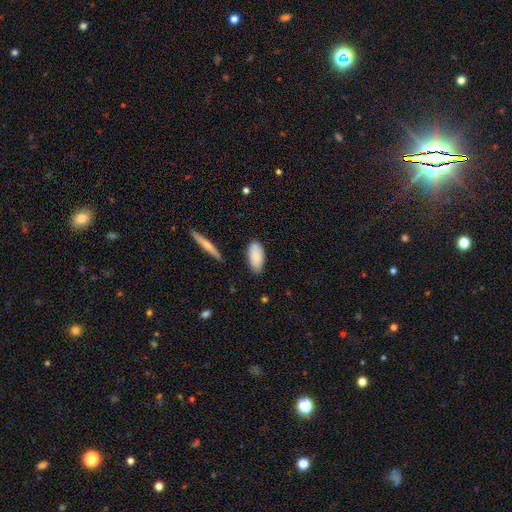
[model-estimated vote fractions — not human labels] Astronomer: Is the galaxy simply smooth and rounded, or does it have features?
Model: smooth — 85%.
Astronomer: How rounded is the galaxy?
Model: in between — 91%.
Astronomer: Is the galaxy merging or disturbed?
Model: none — 81%.